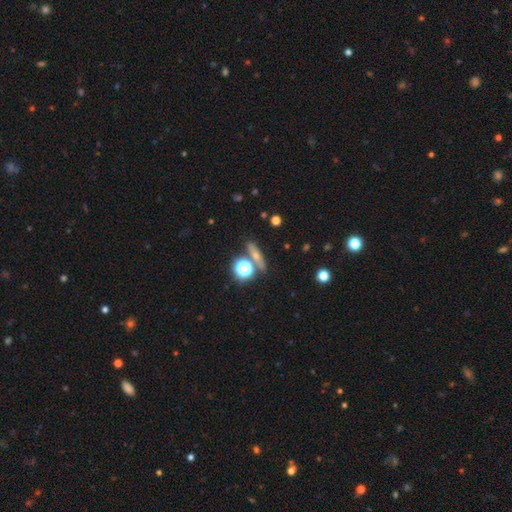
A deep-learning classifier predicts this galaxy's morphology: type=smooth (37%); merging=none (76%).